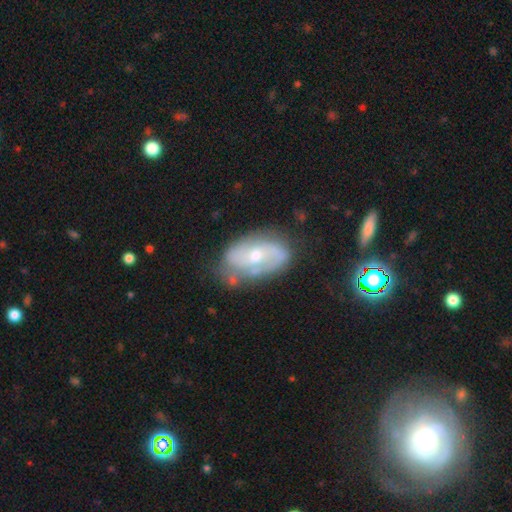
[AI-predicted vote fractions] A featured or disk galaxy (74%) with no bar (56%), 2 (73%) medium (44%) spiral arms (87%) and a moderate central bulge (51%). Merging: none (63%).